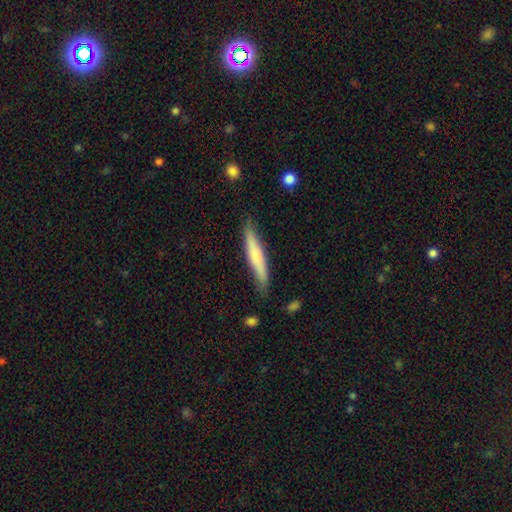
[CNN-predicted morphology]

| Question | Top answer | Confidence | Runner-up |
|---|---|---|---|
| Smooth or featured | smooth | 61% | featured or disk (34%) |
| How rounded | cigar-shaped | 91% | in between (7%) |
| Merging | none | 83% | minor disturbance (14%) |